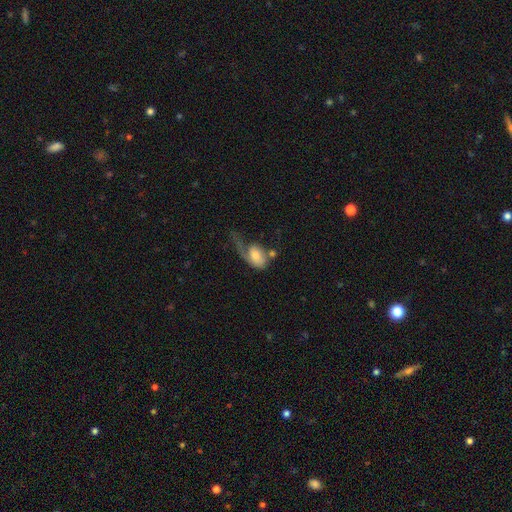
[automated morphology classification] The model was most divided on "smooth or featured": smooth: 52%, featured or disk: 41%, star or artifact: 7%. More confident: how rounded — in between (81%); merging — major disturbance (51%).